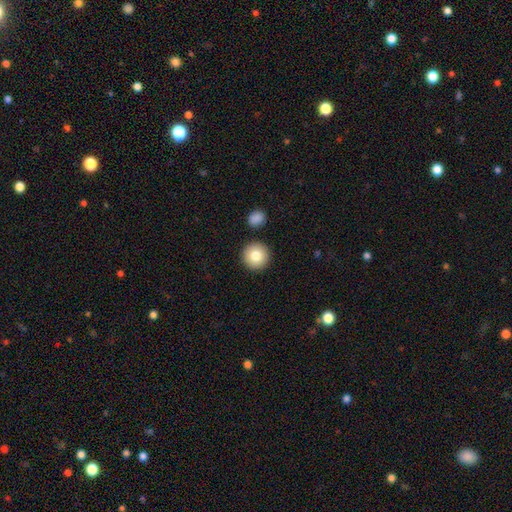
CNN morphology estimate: smooth 82%, featured or disk 10%, star or artifact 8%. Down the decision tree: how rounded — round (96%); merging — none (89%).